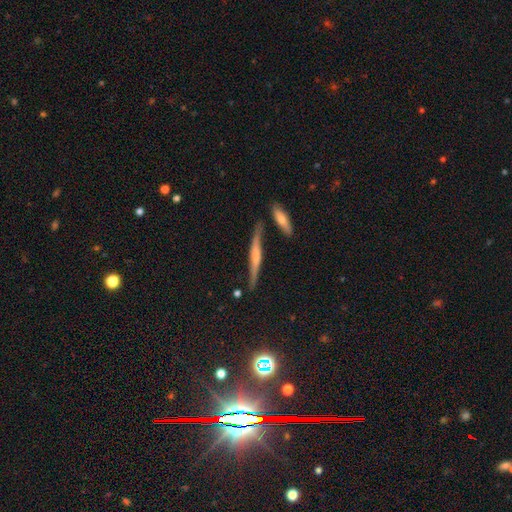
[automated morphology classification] The model was most divided on "edge-on bulge": rounded: 40%, boxy: 33%, none: 27%. More confident: edge-on disk — yes (92%); merging — none (70%); smooth or featured — featured or disk (64%).